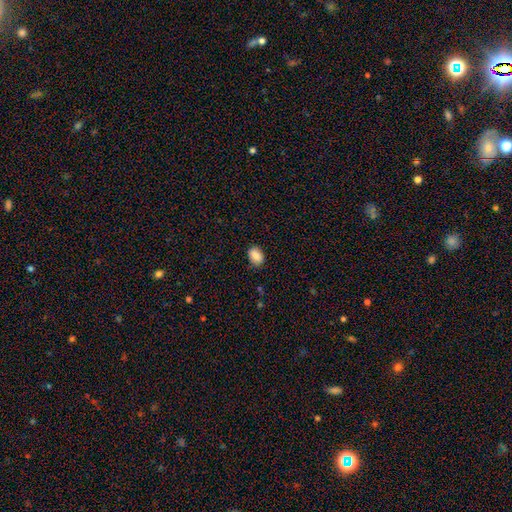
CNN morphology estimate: Smooth or featured? Predicted: smooth (p=0.86). How rounded? Predicted: in between (p=0.79). Merging? Predicted: none (p=0.86).